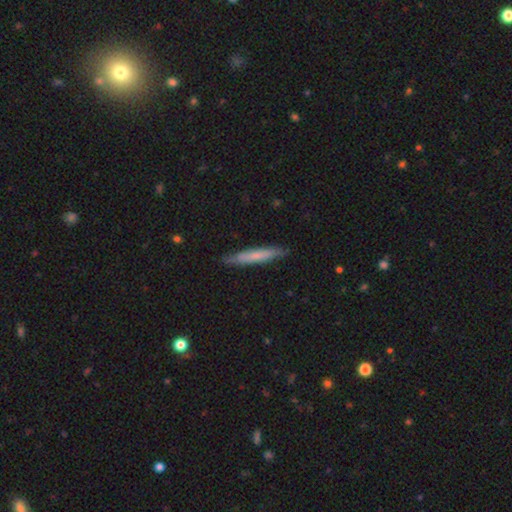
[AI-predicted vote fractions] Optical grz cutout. It shows a smooth galaxy with no disk features (65%) that is cigar-shaped (94%). Merging: none (86%).